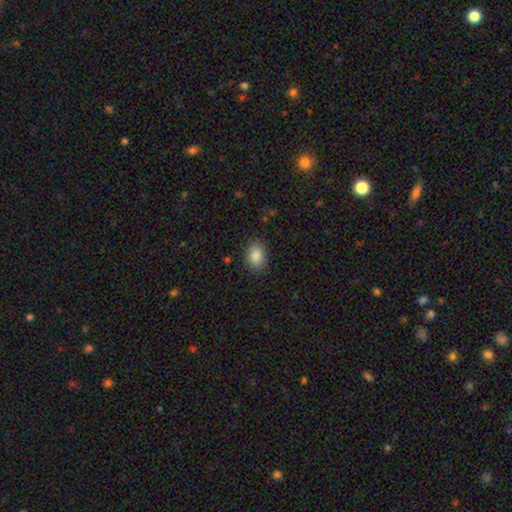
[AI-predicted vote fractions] This appears to be a smooth galaxy with no disk features (87%) that is in between round and cigar-shaped (71%). Merging: none (85%).